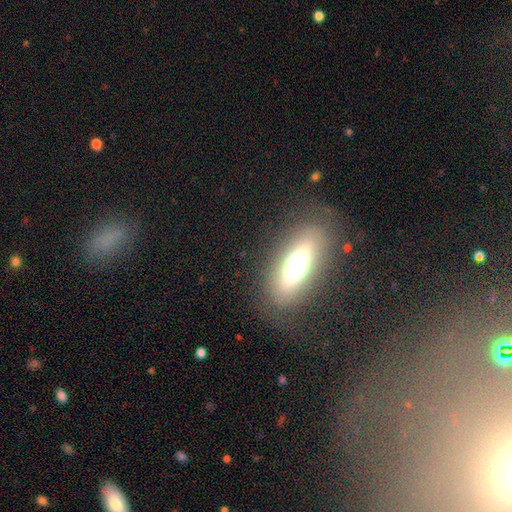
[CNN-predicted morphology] Overall: smooth (58%; featured or disk 30%). How rounded: in between (62%; cigar-shaped 33%). Merging: none (81%).